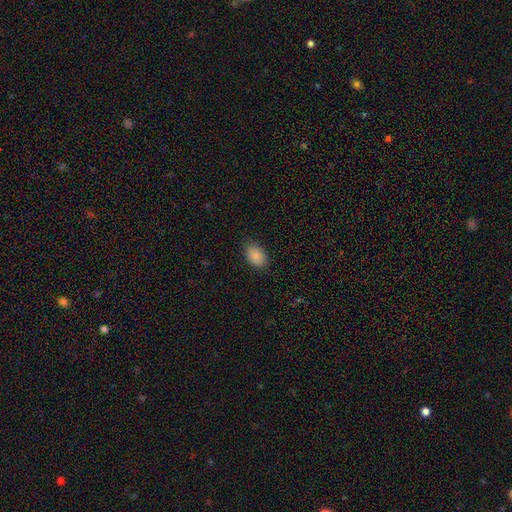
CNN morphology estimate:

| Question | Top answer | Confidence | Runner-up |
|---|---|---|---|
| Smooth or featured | smooth | 88% | star or artifact (7%) |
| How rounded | in between | 87% | round (11%) |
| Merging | none | 83% | minor disturbance (13%) |